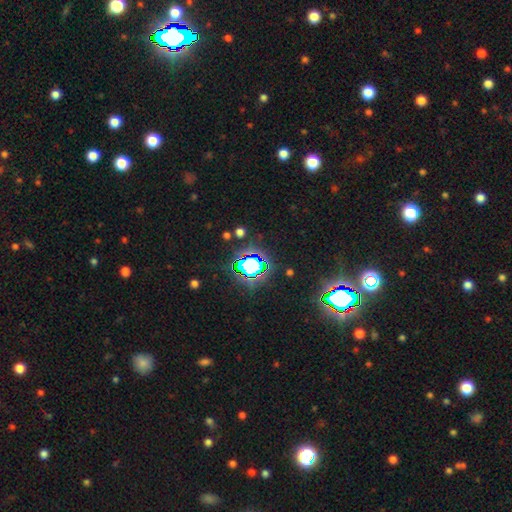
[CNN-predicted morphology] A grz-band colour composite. It shows a star or artifact, not a galaxy (80%).